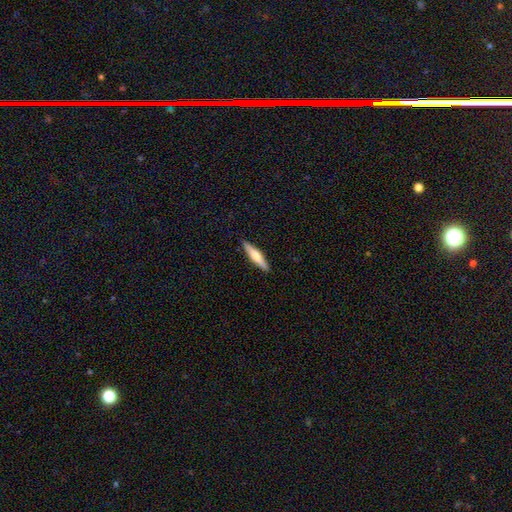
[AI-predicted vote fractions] Morphology: type=smooth (53%); roundness=cigar-shaped (85%); merging=none (91%).